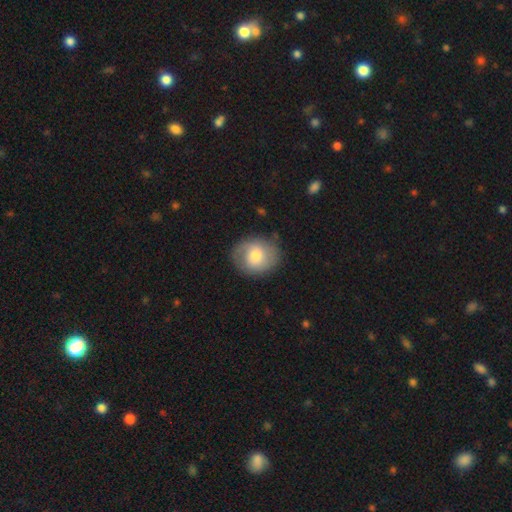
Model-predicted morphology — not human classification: Smooth or featured? Predicted: smooth (p=0.62). How rounded? Predicted: round (p=0.67). Merging? Predicted: none (p=0.78).